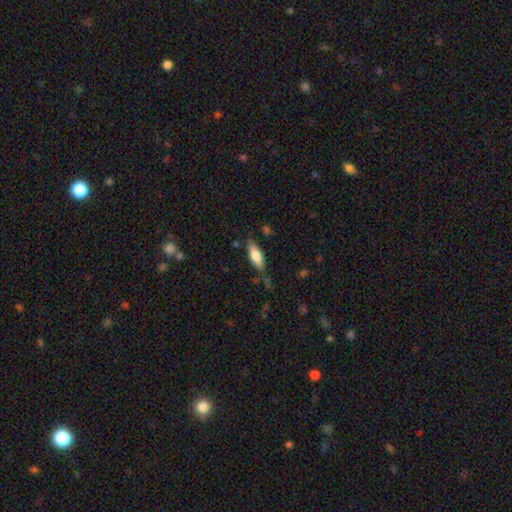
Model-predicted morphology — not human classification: Smooth or featured: smooth — 72% (featured or disk — 22%)
How rounded: in between — 65% (cigar-shaped — 33%)
Merging: none — 75% (minor disturbance — 18%)